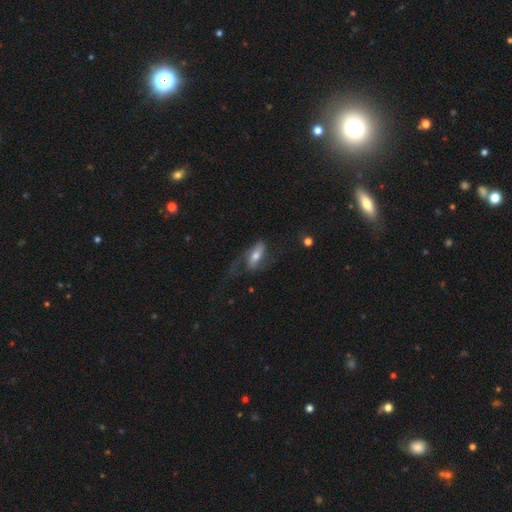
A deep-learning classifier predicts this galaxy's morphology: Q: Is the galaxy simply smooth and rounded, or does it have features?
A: featured or disk — 51%.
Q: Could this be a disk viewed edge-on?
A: no — 79%.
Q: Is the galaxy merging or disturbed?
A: major disturbance — 41%.